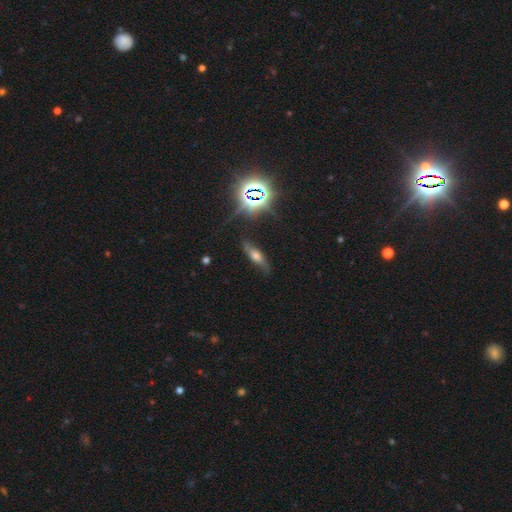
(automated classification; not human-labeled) Q: Smooth or featured?
A: smooth (40%); runner-up: featured or disk (38%)
Q: Merging?
A: none (69%); runner-up: minor disturbance (20%)